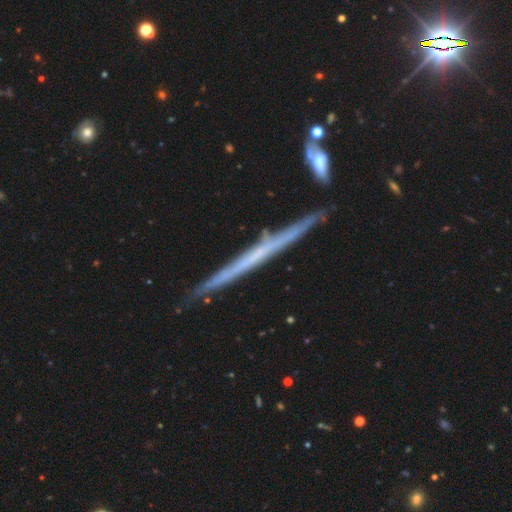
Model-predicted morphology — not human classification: smooth-or-featured: featured or disk: 67% | smooth: 25% | star or artifact: 7%
  disk-edge-on: yes: 97% | no: 3%
    edge-on-bulge: none: 88% | rounded: 8% | boxy: 4%
  merging: none: 84% | minor disturbance: 11% | merger: 3% | major disturbance: 2%